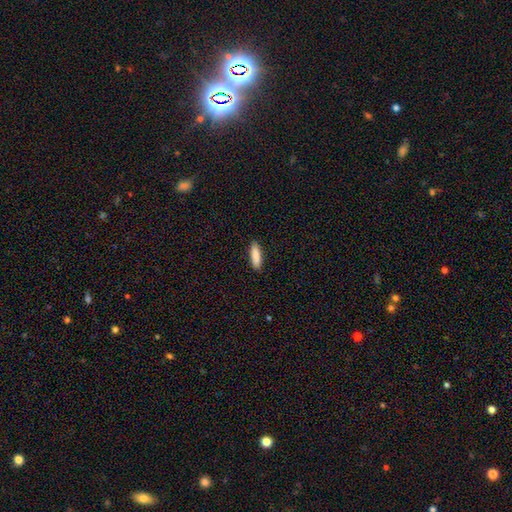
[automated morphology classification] smooth-or-featured: smooth: 88% | featured or disk: 6% | star or artifact: 6%
  how-rounded: cigar-shaped: 58% | in between: 40% | round: 2%
  merging: none: 90% | minor disturbance: 8% | major disturbance: 2% | merger: 1%